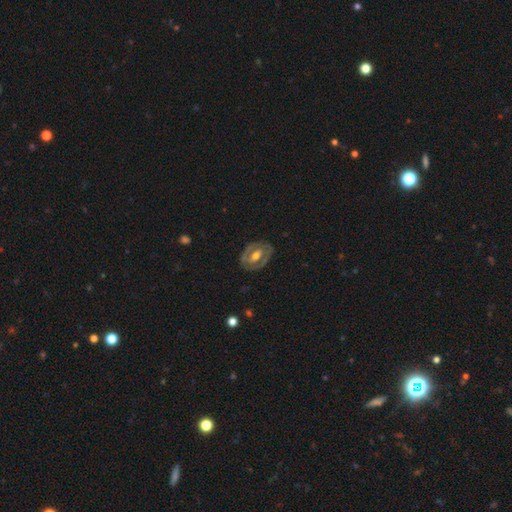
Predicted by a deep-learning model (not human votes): This appears to be a featured or disk galaxy (73%) with a weak bar (40%), spiral arms (53%) and a moderate central bulge (67%). Merging: none (77%).